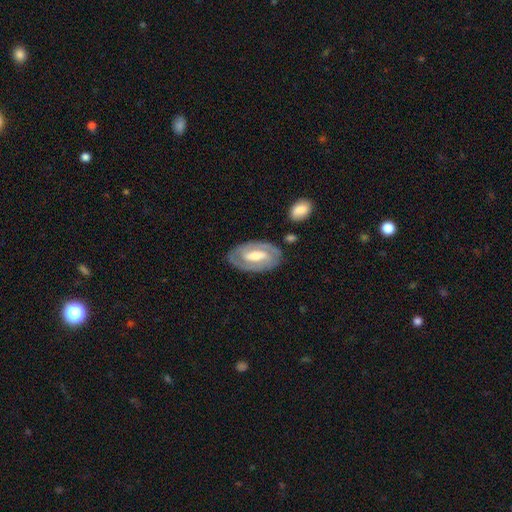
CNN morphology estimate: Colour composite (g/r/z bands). It shows a featured or disk galaxy (77%) with a weak bar (42%), 2 (79%) tight (59%) spiral arms (82%) and a moderate central bulge (60%). Merging: none (81%).